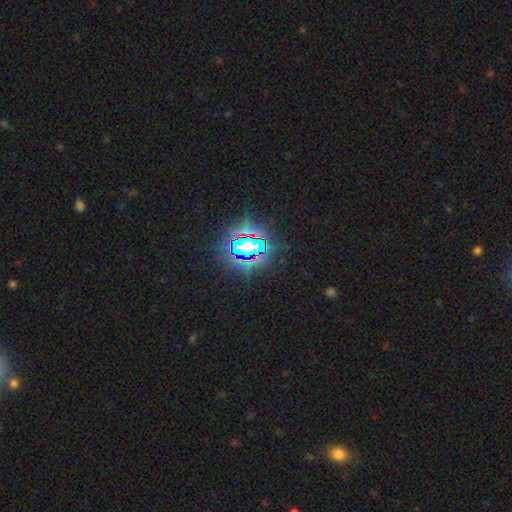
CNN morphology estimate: Smooth or featured: star or artifact — 76% (smooth — 14%)